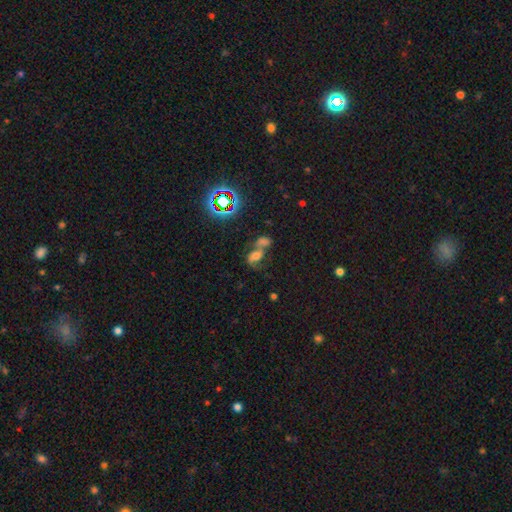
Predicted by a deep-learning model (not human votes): A featured or disk galaxy (38%). Merging: merger (60%).